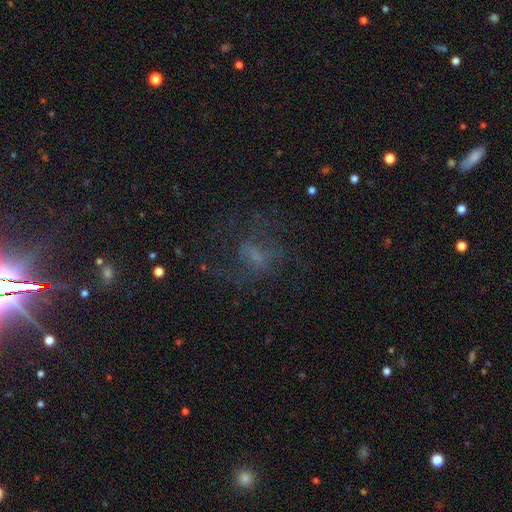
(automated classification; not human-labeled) A featured or disk galaxy (51%). Merging: none (47%).